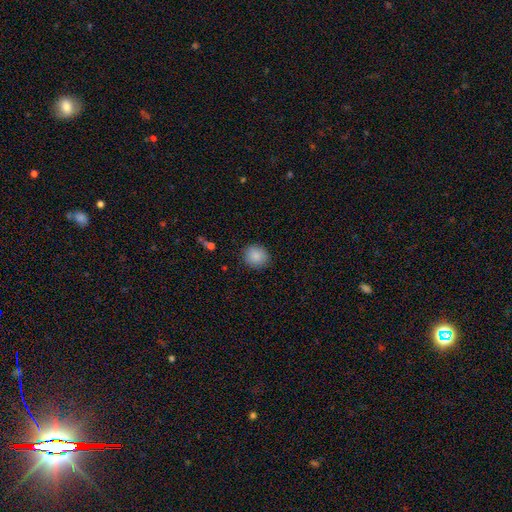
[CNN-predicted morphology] The model was most divided on "how rounded": round: 81%, in between: 18%, cigar-shaped: 1%. More confident: merging — none (88%); smooth or featured — smooth (88%).